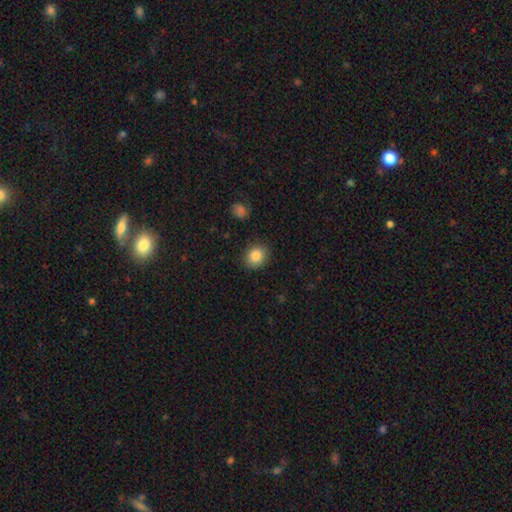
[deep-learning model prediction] This appears to be a smooth galaxy with no disk features (86%) that is round (66%). Merging: none (87%).